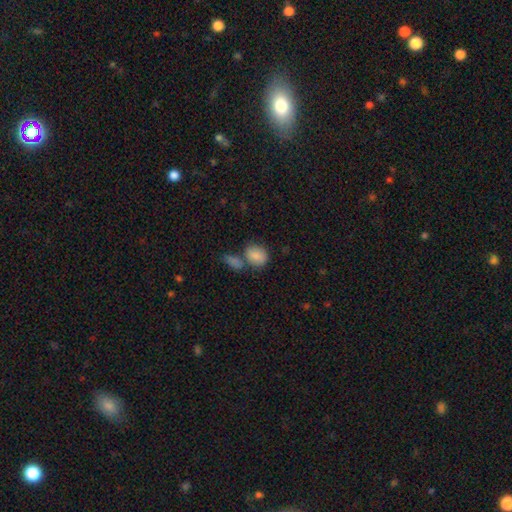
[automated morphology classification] A smooth galaxy with no disk features (85%) that is in between round and cigar-shaped (58%).

Vote fractions:
- Smooth or featured? smooth: 85% / star or artifact: 8% / featured or disk: 7%
- How rounded? in between: 58% / round: 40% / cigar-shaped: 2%
- Merging? none: 46% / merger: 34% / minor disturbance: 14% / major disturbance: 6%